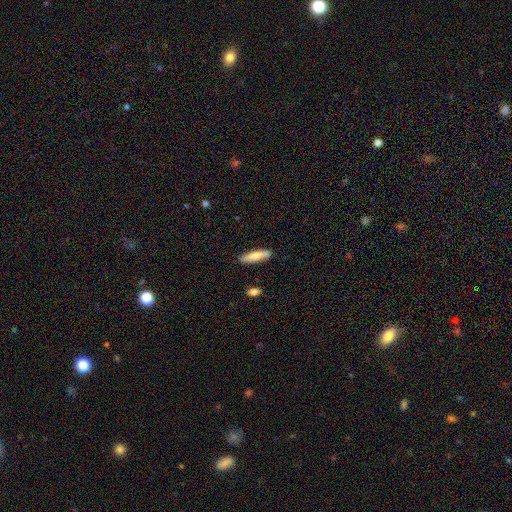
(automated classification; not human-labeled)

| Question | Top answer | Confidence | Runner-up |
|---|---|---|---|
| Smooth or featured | smooth | 73% | featured or disk (21%) |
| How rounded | cigar-shaped | 78% | in between (20%) |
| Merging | none | 87% | minor disturbance (9%) |